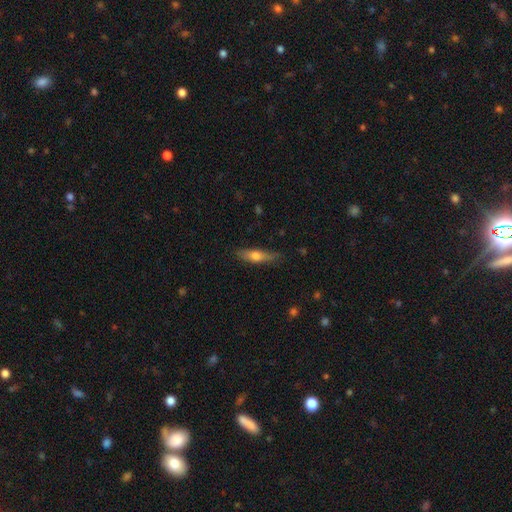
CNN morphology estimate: The model was most divided on "smooth or featured": smooth: 58%, featured or disk: 35%, star or artifact: 6%. More confident: merging — none (79%); how rounded — cigar-shaped (67%).